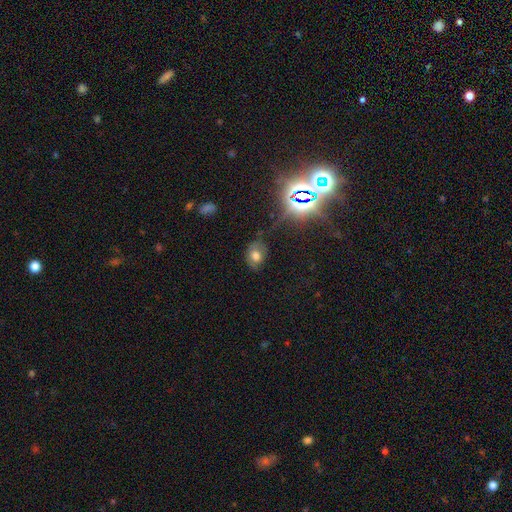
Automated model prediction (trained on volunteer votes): Overall: smooth (60%; star or artifact 21%). How rounded: in between (67%; round 32%). Merging: none (67%).